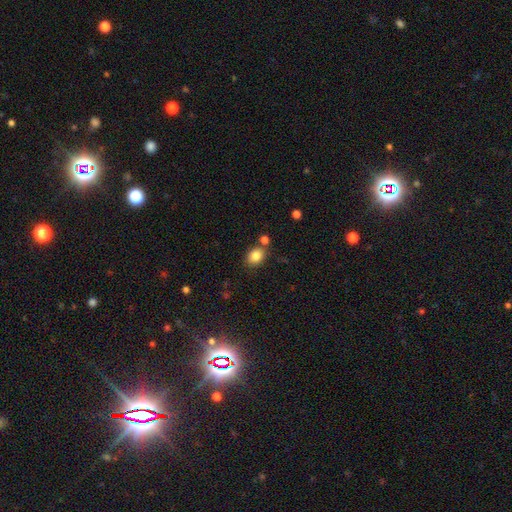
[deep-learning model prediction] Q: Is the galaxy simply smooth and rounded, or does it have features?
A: smooth — 84%.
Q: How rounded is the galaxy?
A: in between — 57%.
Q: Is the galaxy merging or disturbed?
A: none — 72%.